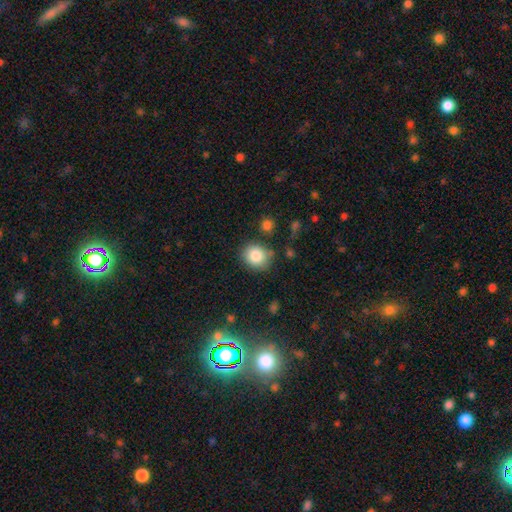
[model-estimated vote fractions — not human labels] Smooth or featured: smooth — 84% (star or artifact — 9%)
How rounded: round — 76% (in between — 23%)
Merging: none — 80% (minor disturbance — 12%)